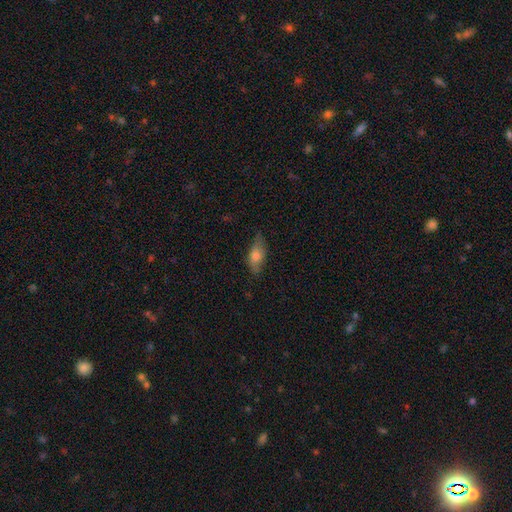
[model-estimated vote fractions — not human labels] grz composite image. It shows a smooth galaxy with no disk features (63%) that is in between round and cigar-shaped (75%). Merging: none (74%).